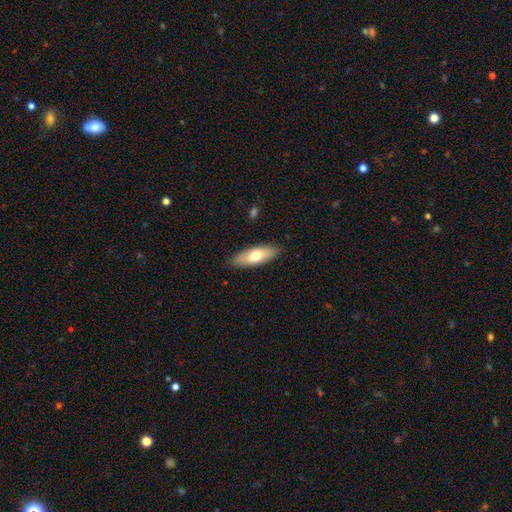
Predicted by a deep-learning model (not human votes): smooth-or-featured: smooth: 68% | featured or disk: 26% | star or artifact: 6%
  how-rounded: in between: 65% | cigar-shaped: 32% | round: 2%
  merging: none: 88% | minor disturbance: 10% | major disturbance: 2% | merger: 1%